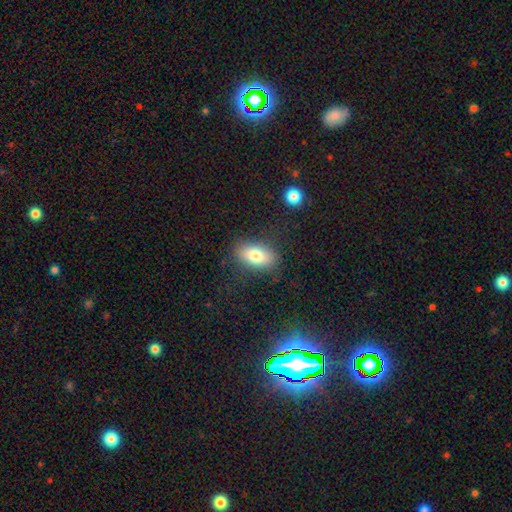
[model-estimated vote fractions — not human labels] smooth 76%, featured or disk 15%, star or artifact 8%. Down the decision tree: how rounded — in between (89%); merging — none (81%).